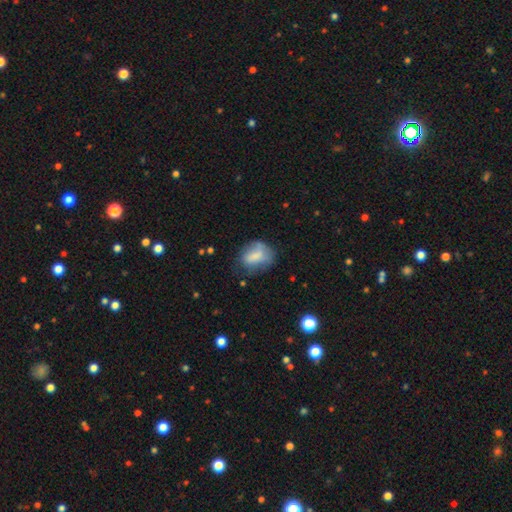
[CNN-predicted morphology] The model was most divided on "merging": none: 48%, minor disturbance: 30%, major disturbance: 17%, merger: 5%. More confident: smooth or featured — smooth (70%); how rounded — in between (68%).